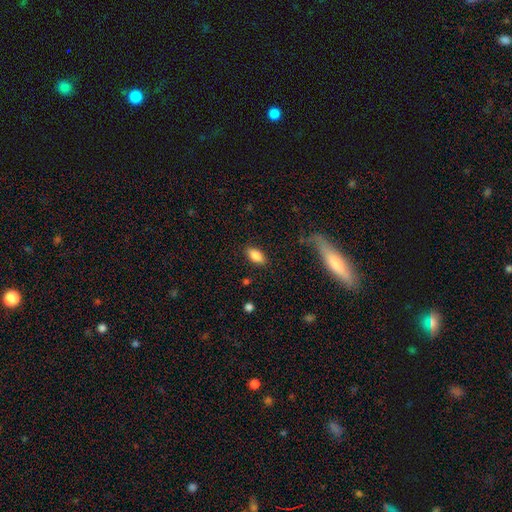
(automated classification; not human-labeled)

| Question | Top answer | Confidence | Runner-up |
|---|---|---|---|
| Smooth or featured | smooth | 85% | star or artifact (8%) |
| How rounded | in between | 91% | cigar-shaped (5%) |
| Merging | none | 84% | minor disturbance (10%) |